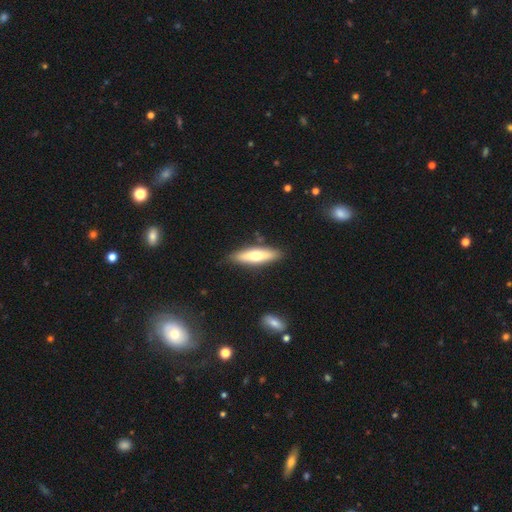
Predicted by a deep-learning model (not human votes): Smooth or featured? Predicted: smooth (p=0.60). How rounded? Predicted: cigar-shaped (p=0.64). Merging? Predicted: none (p=0.86).